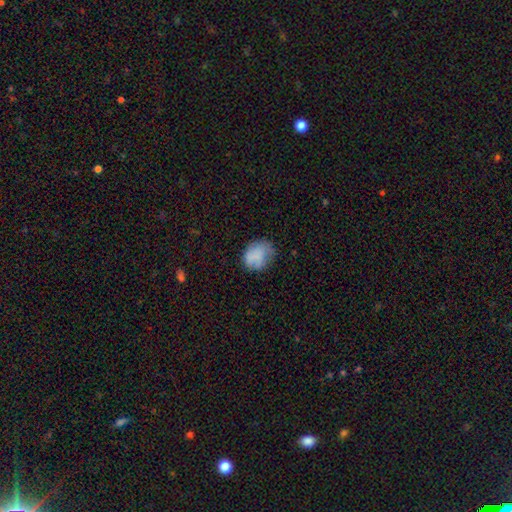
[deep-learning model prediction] smooth-or-featured: smooth: 77% | featured or disk: 14% | star or artifact: 9%
  how-rounded: round: 52% | in between: 47% | cigar-shaped: 1%
  merging: none: 51% | minor disturbance: 32% | major disturbance: 15% | merger: 2%